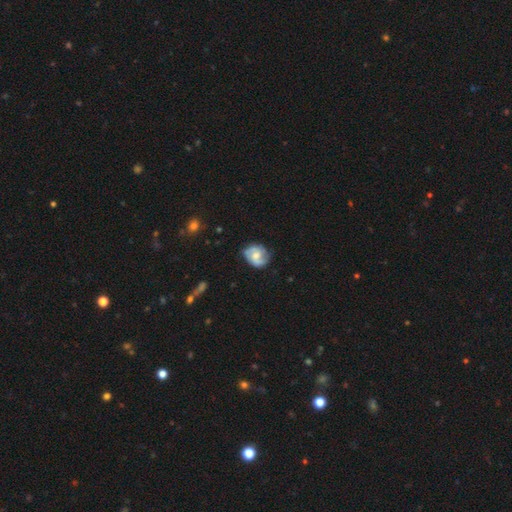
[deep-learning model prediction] smooth-or-featured: featured or disk: 69% | smooth: 24% | star or artifact: 6%
  disk-edge-on: no: 98% | yes: 2%
    bar: no: 53% | weak: 40% | strong: 8%
    has-spiral-arms: yes: 91% | no: 9%
      spiral-winding: medium: 46% | tight: 34% | loose: 20%
      spiral-arm-count: 2: 79% | can't tell: 10% | 3: 5% | 1: 3% | 4: 1% | more than 4: 1%
    bulge-size: moderate: 59% | small: 28% | large: 7% | none: 5% | dominant: 1%
  merging: none: 71% | minor disturbance: 22% | major disturbance: 6% | merger: 2%